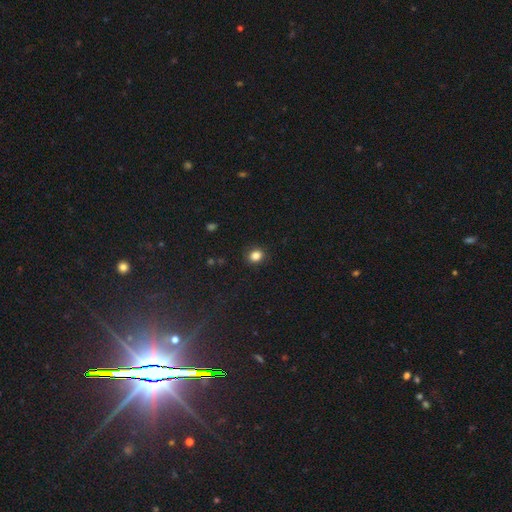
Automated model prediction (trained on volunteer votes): A smooth galaxy with no disk features (84%) that is round (67%).

Vote fractions:
- Smooth or featured? smooth: 84% / star or artifact: 11% / featured or disk: 5%
- How rounded? round: 67% / in between: 32% / cigar-shaped: 1%
- Merging? none: 88% / minor disturbance: 8% / major disturbance: 2% / merger: 1%